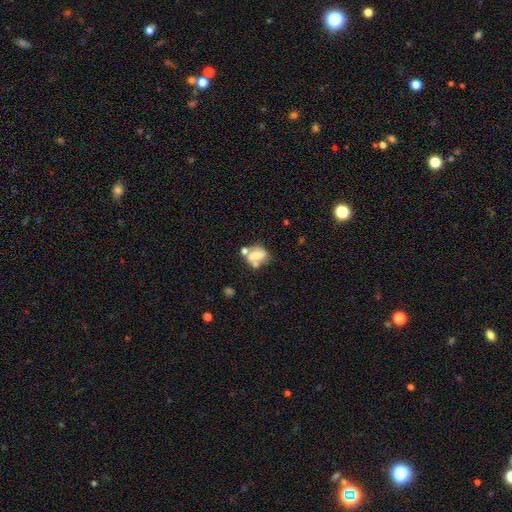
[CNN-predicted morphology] Q: Smooth or featured?
A: featured or disk (52%); runner-up: smooth (39%)
Q: Edge-on disk?
A: no (94%); runner-up: yes (6%)
Q: Merging?
A: none (43%); runner-up: merger (25%)